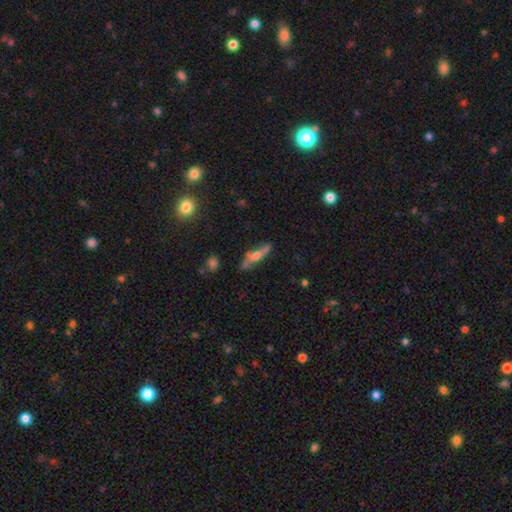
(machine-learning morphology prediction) smooth-or-featured: featured or disk: 53% | smooth: 39% | star or artifact: 8%
  disk-edge-on: yes: 82% | no: 18%
  merging: none: 68% | minor disturbance: 20% | major disturbance: 6% | merger: 6%